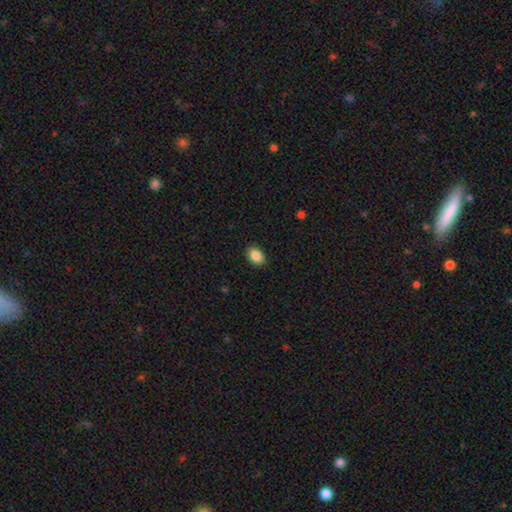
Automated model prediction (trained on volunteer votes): Morphology: type=smooth (88%); roundness=in between (78%); merging=none (89%).